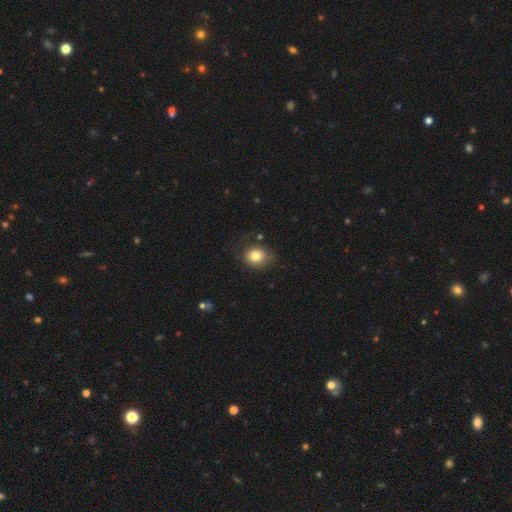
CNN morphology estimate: This appears to be a smooth galaxy with no disk features (80%) that is round (68%). Merging: none (75%).